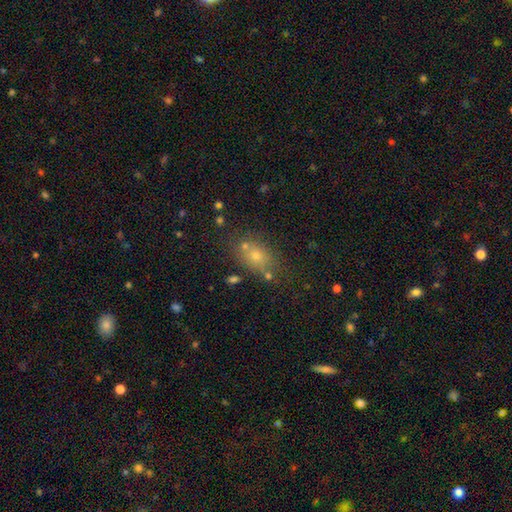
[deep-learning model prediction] The model was most divided on "how rounded": in between: 59%, round: 38%, cigar-shaped: 4%. More confident: merging — none (71%); smooth or featured — smooth (60%).